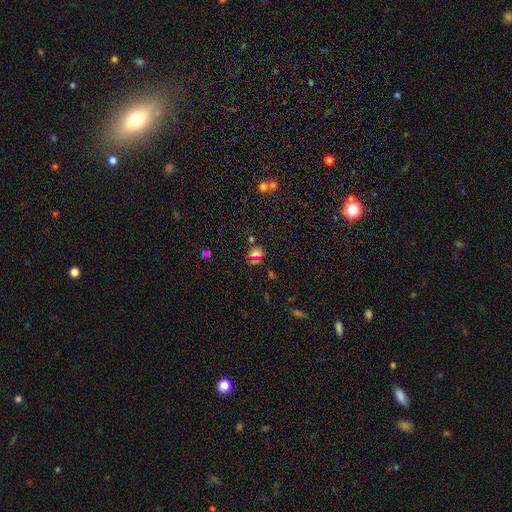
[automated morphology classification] Smooth or featured? smooth (59%)
How rounded? round (67%)
Merging? none (72%)